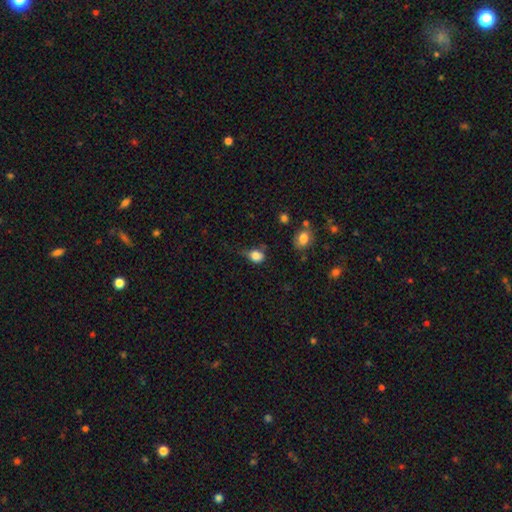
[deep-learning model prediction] A smooth galaxy with no disk features (81%) that is in between round and cigar-shaped (50%).

Vote fractions:
- Smooth or featured? smooth: 81% / star or artifact: 10% / featured or disk: 9%
- How rounded? in between: 50% / round: 49% / cigar-shaped: 2%
- Merging? none: 39% (tied) / minor disturbance: 39% (tied) / major disturbance: 18% / merger: 5%